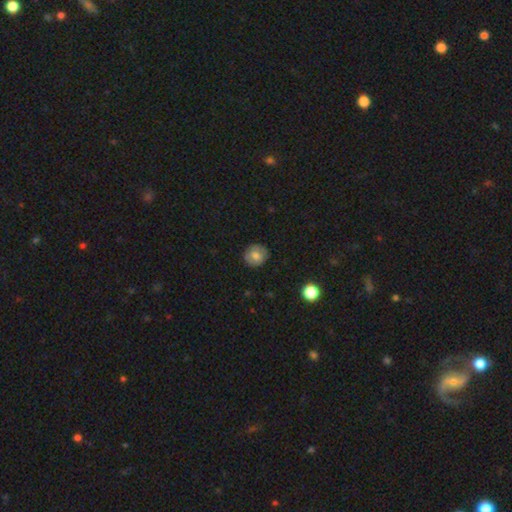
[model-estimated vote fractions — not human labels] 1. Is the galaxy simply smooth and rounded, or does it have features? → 55% smooth, 36% featured or disk, 10% star or artifact.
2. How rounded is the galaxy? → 84% round, 15% in between, 1% cigar-shaped.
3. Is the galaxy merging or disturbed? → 85% none, 11% minor disturbance, 3% major disturbance, 1% merger.